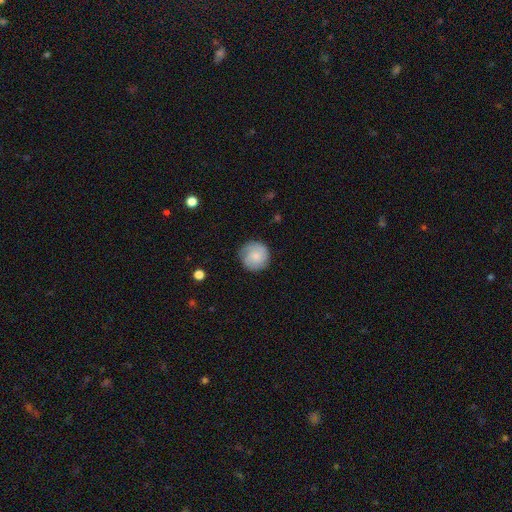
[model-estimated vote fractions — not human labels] Smooth or featured? Predicted: smooth (p=0.71). How rounded? Predicted: round (p=0.94). Merging? Predicted: none (p=0.79).